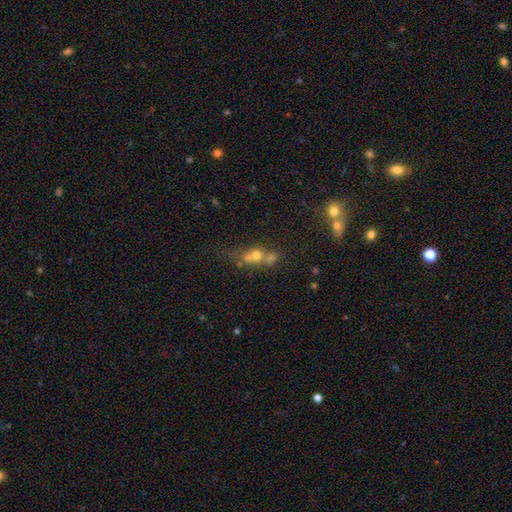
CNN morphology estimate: Smooth or featured?
  - smooth: 53% *
  - featured or disk: 27%
  - star or artifact: 20%
How rounded?
  - round: 65% *
  - in between: 29%
  - cigar-shaped: 6%
Merging?
  - merger: 54% *
  - none: 29%
  - minor disturbance: 9%
  - major disturbance: 8%